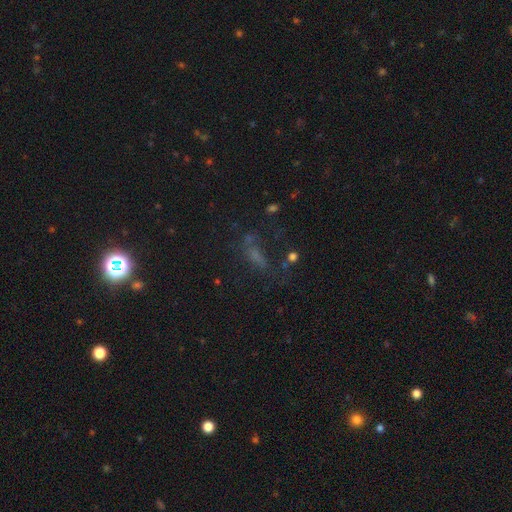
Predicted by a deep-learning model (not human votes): The model was most divided on "smooth or featured": smooth: 41%, star or artifact: 38%, featured or disk: 21%. Remaining: merging — none (46%).